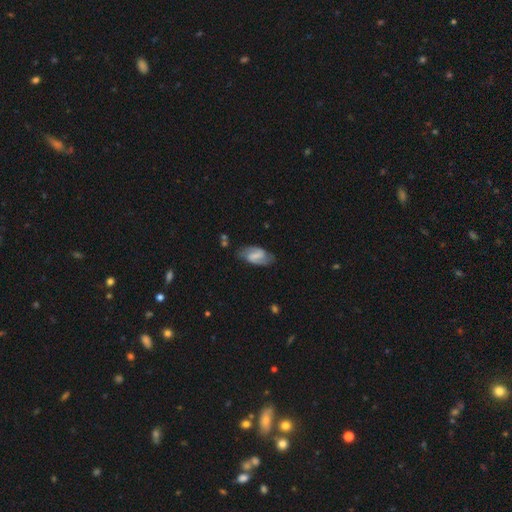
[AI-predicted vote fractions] featured or disk 71%, smooth 22%, star or artifact 6%. Down the decision tree: edge-on disk — no (96%); bar — weak (46%); spiral arms — yes (91%); spiral arm count — 2 (89%); spiral winding — medium (47%); bulge size — small (39%); merging — none (75%).